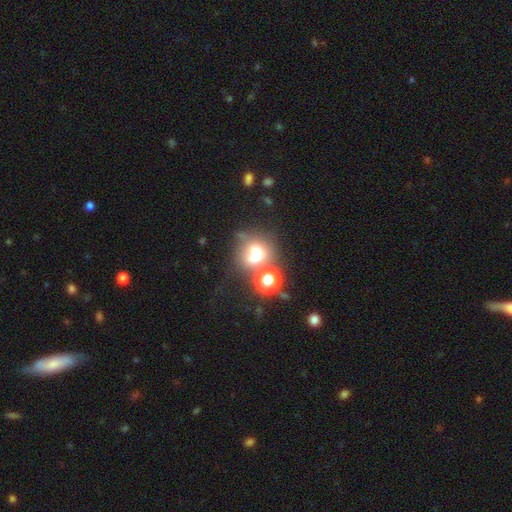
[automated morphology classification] smooth_or_featured: smooth (p=0.59) [alt: featured or disk p=0.21]
how_rounded: round (p=0.73) [alt: in between p=0.26]
merging: merger (p=0.44) [alt: none p=0.37]